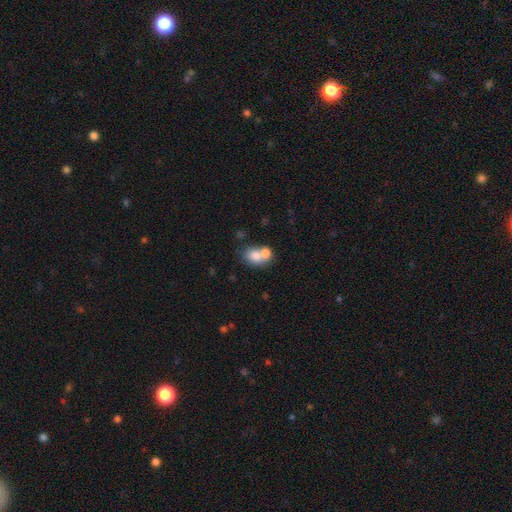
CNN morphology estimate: Smooth or featured? Predicted: smooth (p=0.76). How rounded? Predicted: in between (p=0.58). Merging? Predicted: merger (p=0.56).